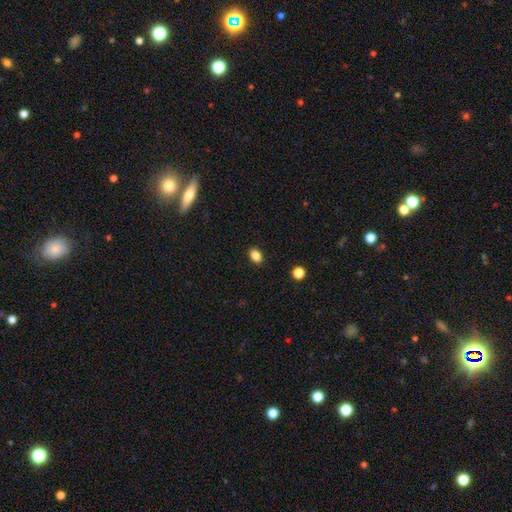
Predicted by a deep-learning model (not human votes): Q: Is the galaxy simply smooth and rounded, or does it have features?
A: smooth — 84%.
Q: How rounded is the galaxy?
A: in between — 75%.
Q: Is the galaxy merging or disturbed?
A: none — 89%.